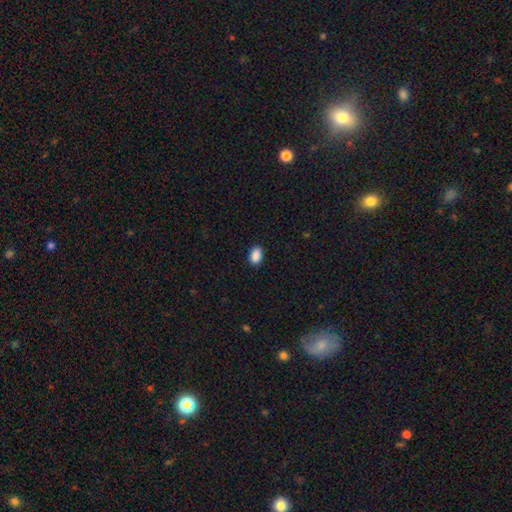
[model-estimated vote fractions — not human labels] smooth_or_featured: smooth (p=0.90) [alt: star or artifact p=0.08]
how_rounded: in between (p=0.87) [alt: round p=0.12]
merging: none (p=0.89) [alt: minor disturbance p=0.08]